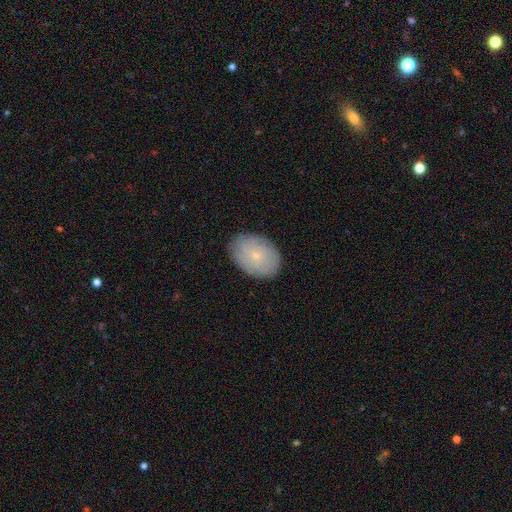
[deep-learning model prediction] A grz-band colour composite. It shows a smooth galaxy with no disk features (63%) that is in between round and cigar-shaped (79%). Merging: none (86%).